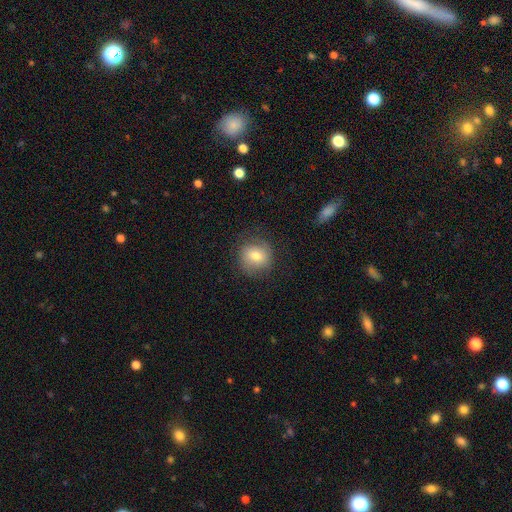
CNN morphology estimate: A smooth galaxy with no disk features (69%) that is round (83%).

Vote fractions:
- Smooth or featured? smooth: 69% / featured or disk: 22% / star or artifact: 9%
- How rounded? round: 83% / in between: 16% / cigar-shaped: 1%
- Merging? none: 77% / minor disturbance: 15% / major disturbance: 7% / merger: 1%